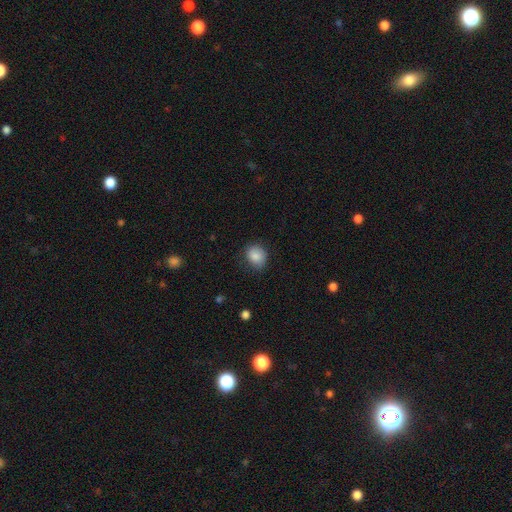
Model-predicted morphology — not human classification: Overall: smooth (85%). How rounded: round (65%; in between 35%). Merging: none (76%).